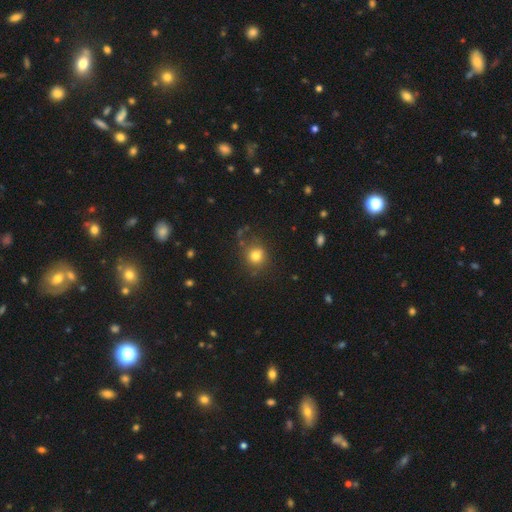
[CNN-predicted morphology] The model was most divided on "merging": none: 76%, minor disturbance: 15%, major disturbance: 6%, merger: 4%. More confident: how rounded — round (83%); smooth or featured — smooth (79%).